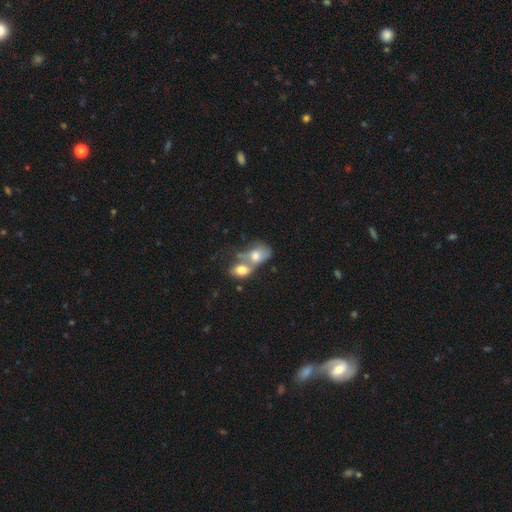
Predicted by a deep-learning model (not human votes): Smooth or featured? Predicted: smooth (p=0.68). How rounded? Predicted: in between (p=0.77). Merging? Predicted: merger (p=0.77).